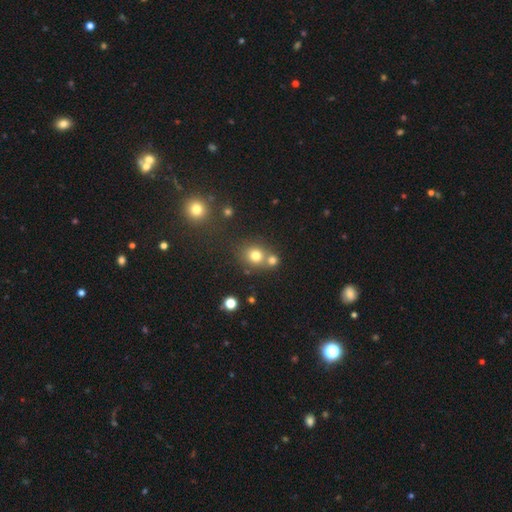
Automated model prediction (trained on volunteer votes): The model was most divided on "merging": none: 56%, merger: 33%, minor disturbance: 8%, major disturbance: 3%. More confident: how rounded — round (82%); smooth or featured — smooth (76%).